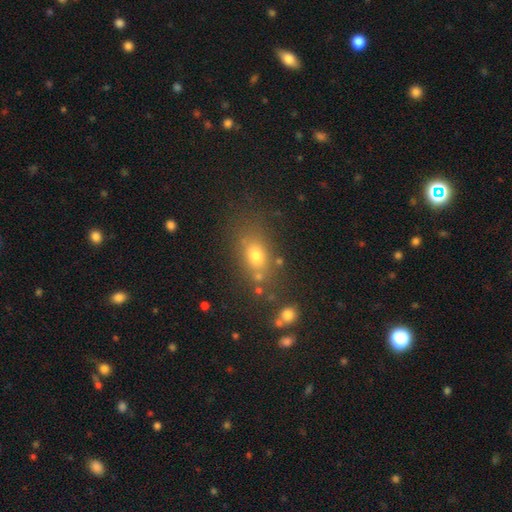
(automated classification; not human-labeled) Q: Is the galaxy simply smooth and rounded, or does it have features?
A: smooth — 71%.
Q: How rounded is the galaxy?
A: in between — 67%.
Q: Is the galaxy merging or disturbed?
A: none — 71%.